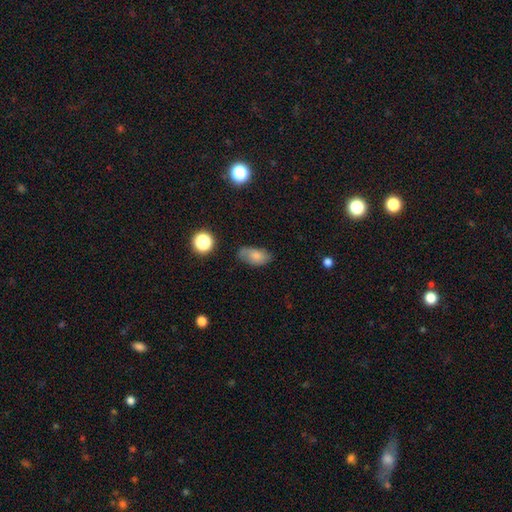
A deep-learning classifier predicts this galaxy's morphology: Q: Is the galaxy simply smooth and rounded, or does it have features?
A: smooth — 72%.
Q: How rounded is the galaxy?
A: in between — 90%.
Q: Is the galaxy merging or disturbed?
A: none — 62%.